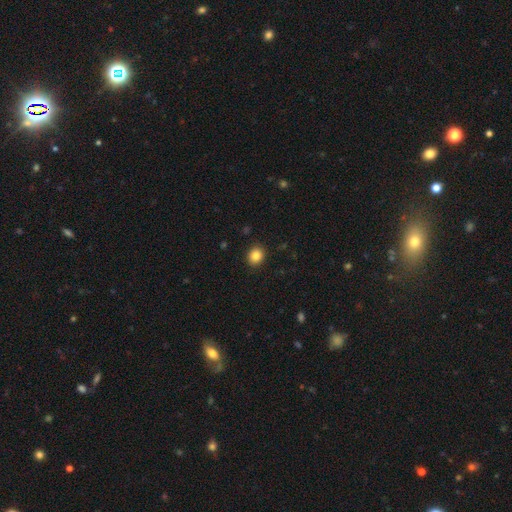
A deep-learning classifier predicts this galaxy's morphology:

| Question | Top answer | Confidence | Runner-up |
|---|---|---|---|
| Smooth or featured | smooth | 86% | star or artifact (10%) |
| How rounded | round | 71% | in between (29%) |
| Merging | none | 91% | minor disturbance (6%) |